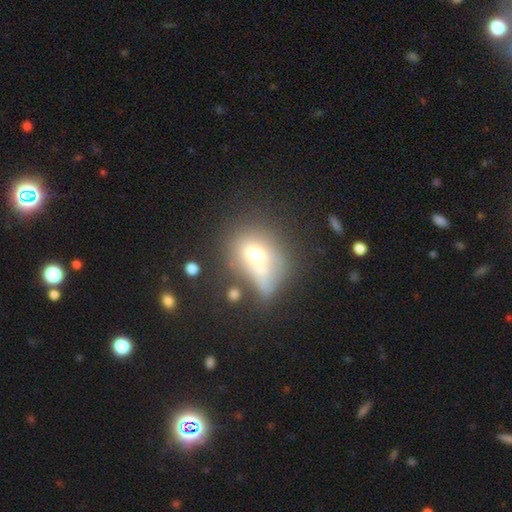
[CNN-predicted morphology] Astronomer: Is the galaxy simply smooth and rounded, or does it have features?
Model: smooth — 64%.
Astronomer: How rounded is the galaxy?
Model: round — 56% (runner-up: in between, 41%).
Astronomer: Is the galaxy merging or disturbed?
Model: none — 36% (runner-up: merger, 27%).